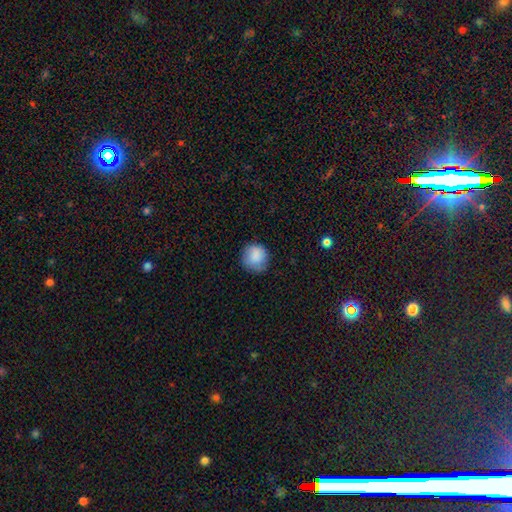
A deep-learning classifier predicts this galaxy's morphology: smooth_or_featured: smooth (p=0.85) [alt: star or artifact p=0.08]
how_rounded: round (p=0.89) [alt: in between p=0.10]
merging: none (p=0.77) [alt: minor disturbance p=0.17]